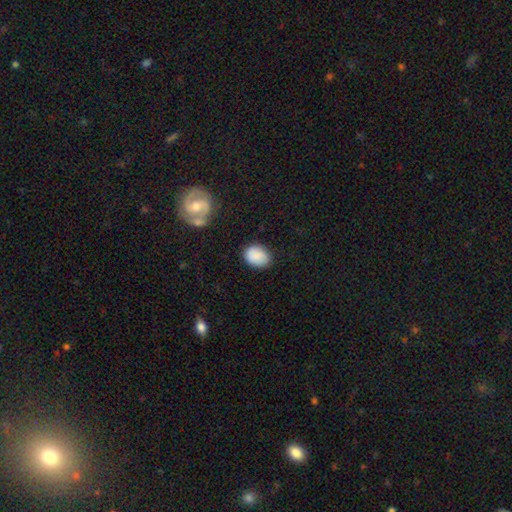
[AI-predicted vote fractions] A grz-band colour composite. It shows a smooth galaxy with no disk features (86%) that is in between round and cigar-shaped (64%). Merging: none (80%).